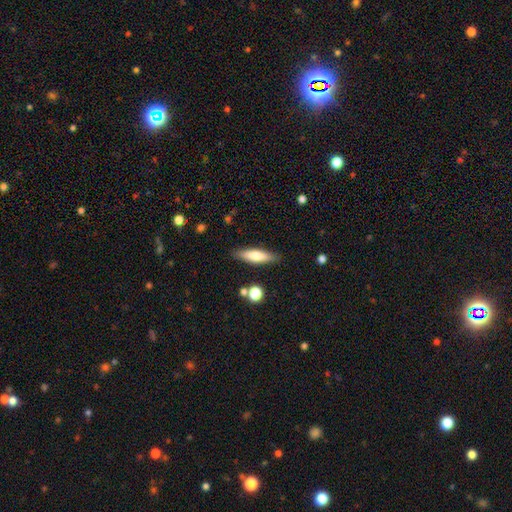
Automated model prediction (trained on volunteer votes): A smooth galaxy with no disk features (62%) that is cigar-shaped (66%). Merging: none (85%).